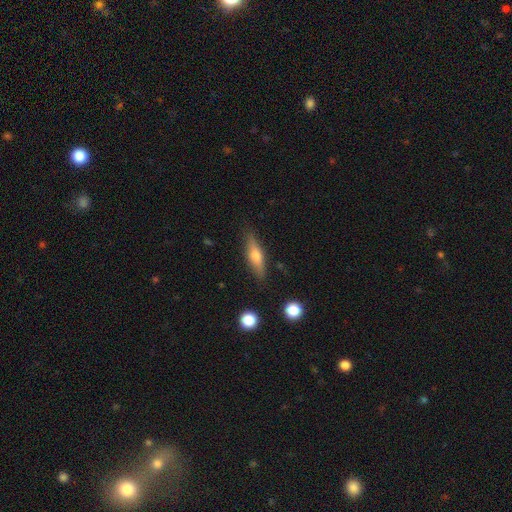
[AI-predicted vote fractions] A featured or disk galaxy (52%) viewed edge-on (93%).

Vote fractions:
- Smooth or featured? featured or disk: 52% / smooth: 41% / star or artifact: 7%
- Edge-on disk? yes: 93% / no: 7%
- Merging? none: 86% / minor disturbance: 10% / major disturbance: 2% / merger: 2%